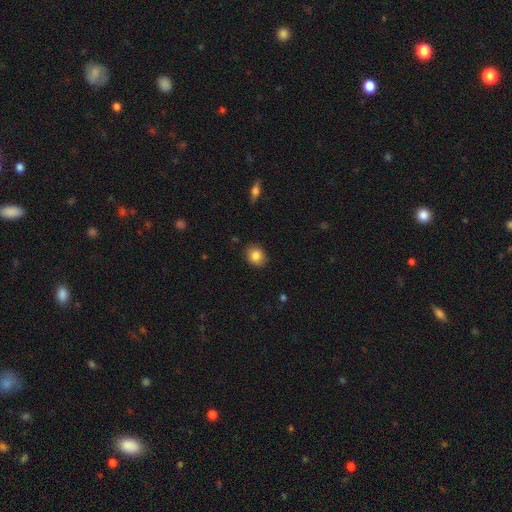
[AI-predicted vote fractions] smooth-or-featured: smooth: 85% | star or artifact: 9% | featured or disk: 6%
  how-rounded: round: 59% | in between: 40% | cigar-shaped: 1%
  merging: none: 87% | minor disturbance: 9% | major disturbance: 2% | merger: 1%